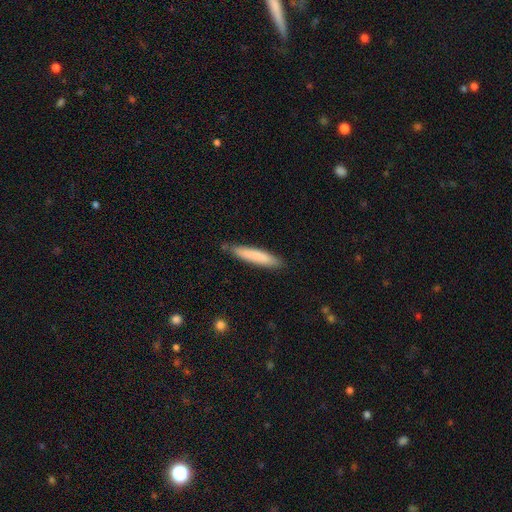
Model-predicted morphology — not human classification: Smooth or featured?
  - smooth: 79% *
  - featured or disk: 15%
  - star or artifact: 6%
How rounded?
  - cigar-shaped: 90% *
  - in between: 9%
  - round: 1%
Merging?
  - none: 85% *
  - minor disturbance: 12%
  - major disturbance: 2%
  - merger: 2%